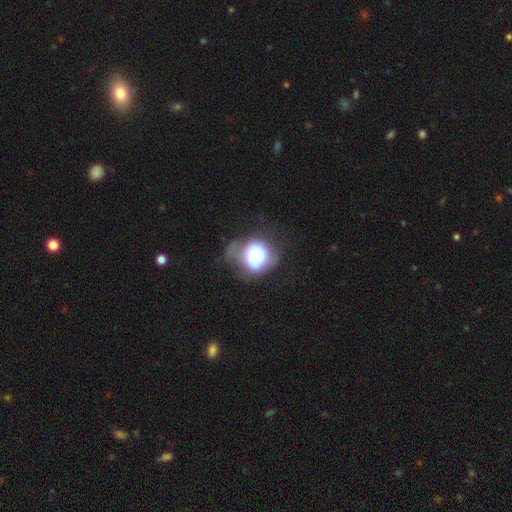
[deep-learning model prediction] smooth-or-featured: smooth: 65% | featured or disk: 26% | star or artifact: 9%
  how-rounded: round: 72% | in between: 27% | cigar-shaped: 1%
  merging: minor disturbance: 35% | none: 33% | major disturbance: 28% | merger: 5%